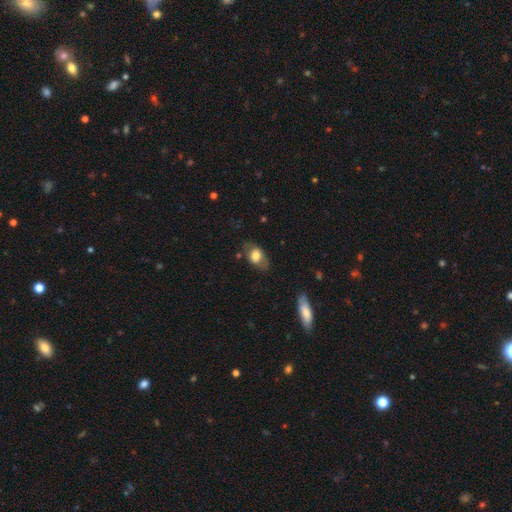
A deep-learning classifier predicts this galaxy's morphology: This appears to be a smooth galaxy with no disk features (69%) that is in between round and cigar-shaped (81%). Merging: none (63%).